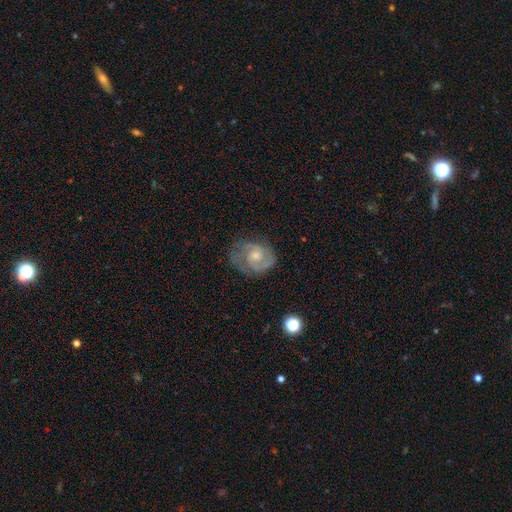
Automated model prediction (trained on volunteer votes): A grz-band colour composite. It shows a featured or disk galaxy (82%) with no bar (60%), 2 (73%) tight (49%) spiral arms (95%) and a moderate central bulge (53%). Merging: none (75%).